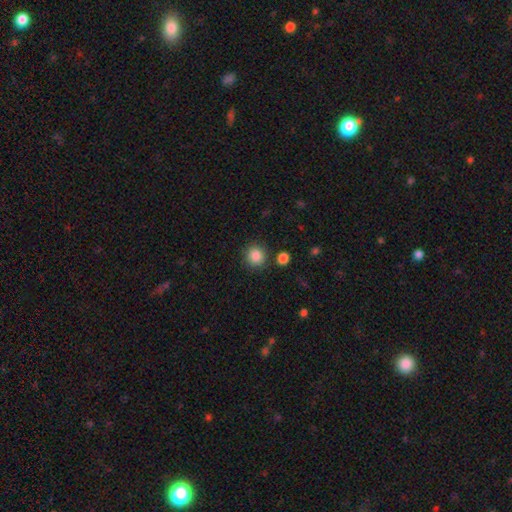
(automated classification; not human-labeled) Overall: smooth (87%). How rounded: round (89%). Merging: none (86%).